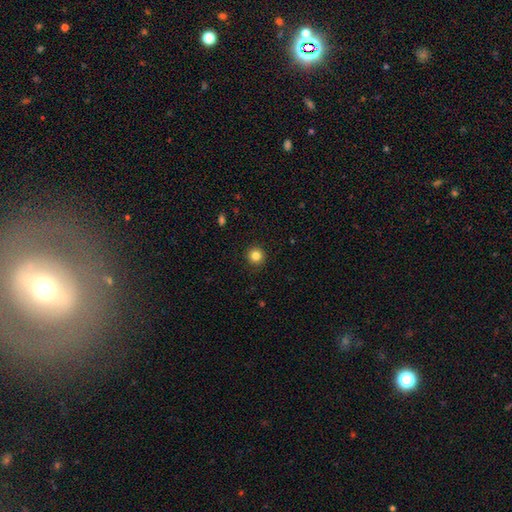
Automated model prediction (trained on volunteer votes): Overall: smooth (84%). How rounded: round (95%). Merging: none (92%).